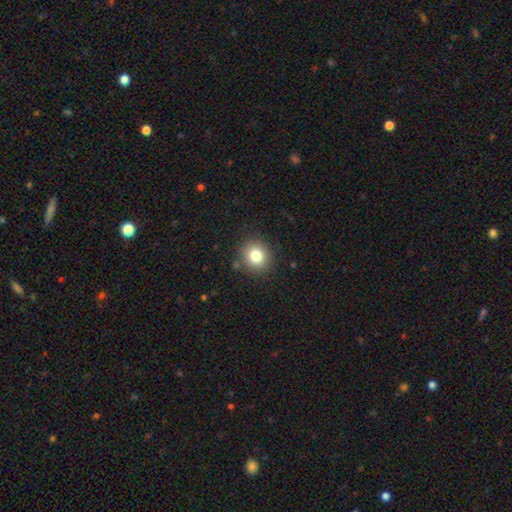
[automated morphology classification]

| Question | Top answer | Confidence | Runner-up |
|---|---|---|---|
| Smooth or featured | smooth | 80% | star or artifact (12%) |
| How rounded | round | 87% | in between (12%) |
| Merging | none | 87% | minor disturbance (8%) |